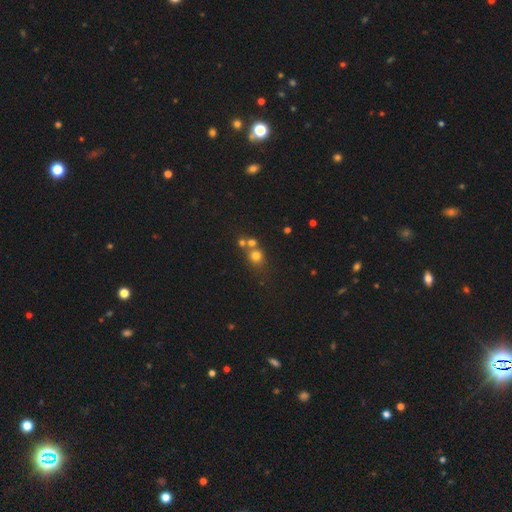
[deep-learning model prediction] Smooth or featured?
  - smooth: 70% *
  - star or artifact: 18%
  - featured or disk: 11%
How rounded?
  - round: 82% *
  - in between: 17%
  - cigar-shaped: 1%
Merging?
  - none: 51% *
  - merger: 36%
  - minor disturbance: 8%
  - major disturbance: 4%